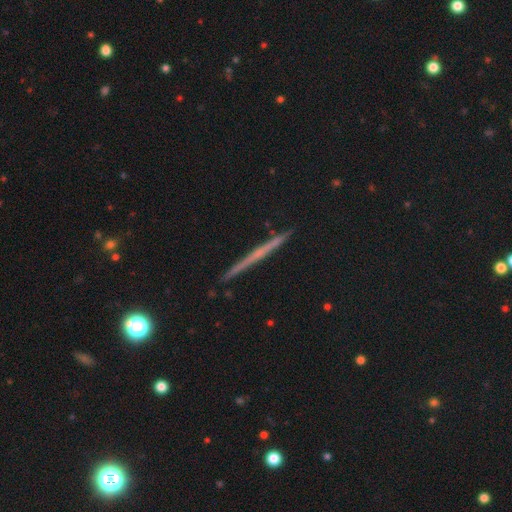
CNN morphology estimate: Q: Smooth or featured?
A: featured or disk (61%); runner-up: smooth (31%)
Q: Edge-on disk?
A: yes (98%); runner-up: no (2%)
Q: Edge-on bulge?
A: none (81%); runner-up: rounded (15%)
Q: Merging?
A: none (91%); runner-up: minor disturbance (7%)